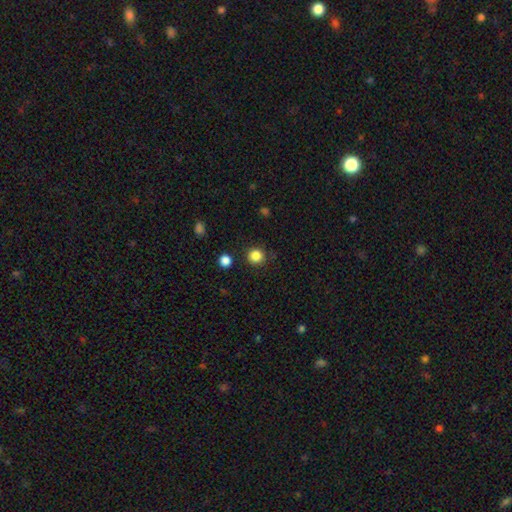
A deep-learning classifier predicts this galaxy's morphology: Smooth or featured?
  - smooth: 85% *
  - star or artifact: 11%
  - featured or disk: 3%
How rounded?
  - round: 93% *
  - in between: 6%
  - cigar-shaped: 1%
Merging?
  - none: 89% *
  - minor disturbance: 6%
  - major disturbance: 2%
  - merger: 2%